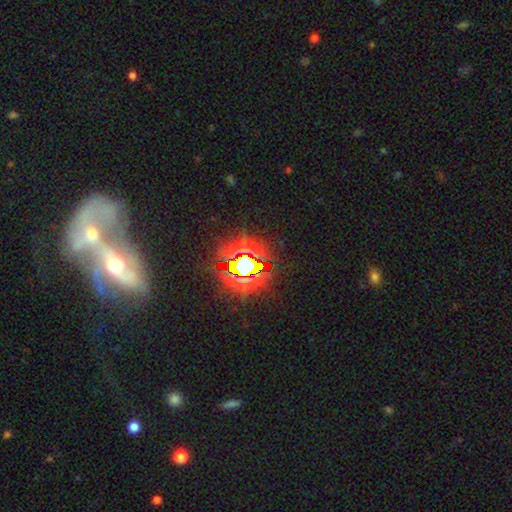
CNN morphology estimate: Q: Smooth or featured?
A: star or artifact (80%); runner-up: smooth (11%)